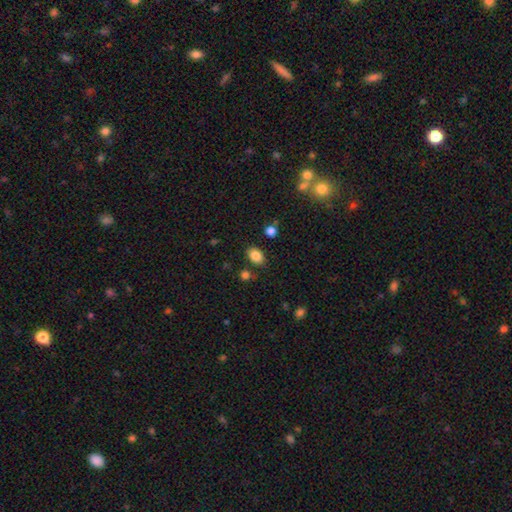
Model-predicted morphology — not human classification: A smooth galaxy with no disk features (84%) that is in between round and cigar-shaped (76%). Merging: none (80%).